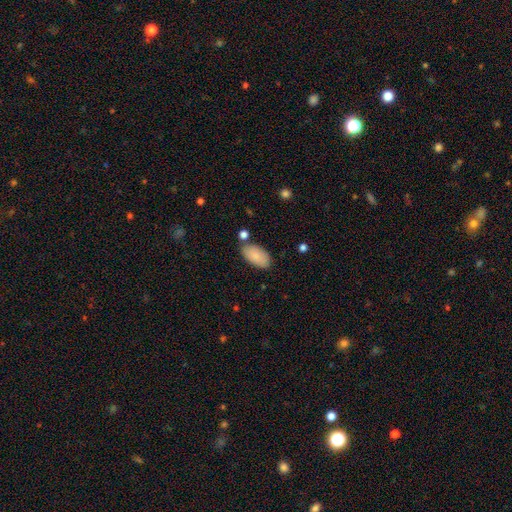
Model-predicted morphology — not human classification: The model was most divided on "merging": none: 77%, minor disturbance: 14%, merger: 6%, major disturbance: 3%. More confident: how rounded — in between (95%); smooth or featured — smooth (86%).